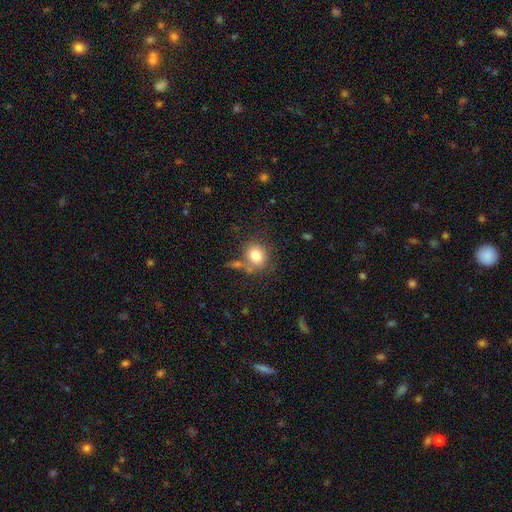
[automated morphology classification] Overall: smooth (79%). How rounded: round (80%). Merging: none (64%).